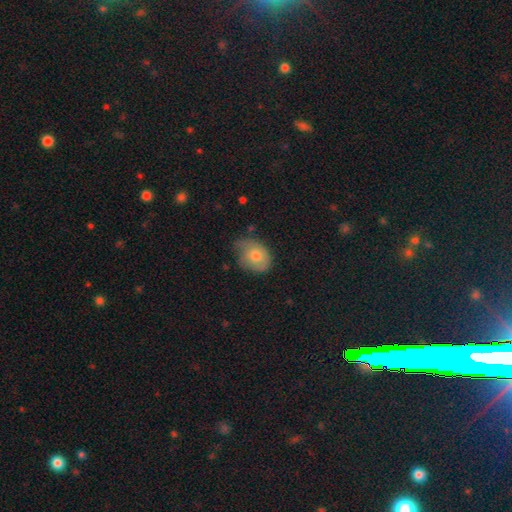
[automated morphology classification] The model was most divided on "merging": none: 45%, minor disturbance: 40%, major disturbance: 13%, merger: 2%. More confident: smooth or featured — smooth (67%); how rounded — in between (53%).